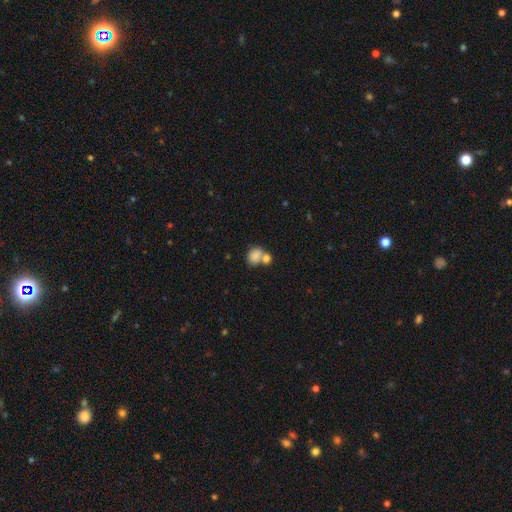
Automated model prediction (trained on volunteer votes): smooth_or_featured: smooth (p=0.81) [alt: featured or disk p=0.10]
how_rounded: in between (p=0.54) [alt: round p=0.45]
merging: merger (p=0.55) [alt: none p=0.30]